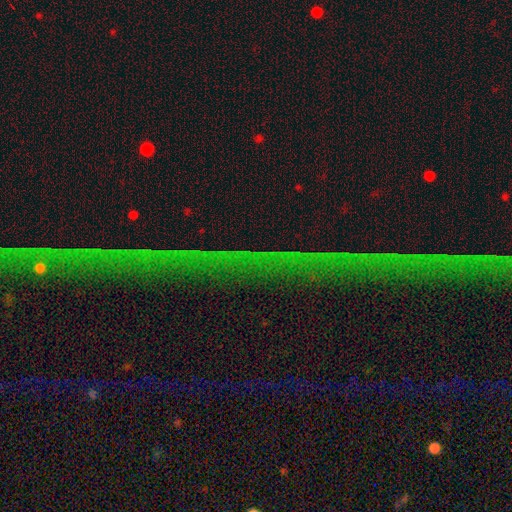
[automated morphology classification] Smooth or featured? Predicted: star or artifact (p=0.83).